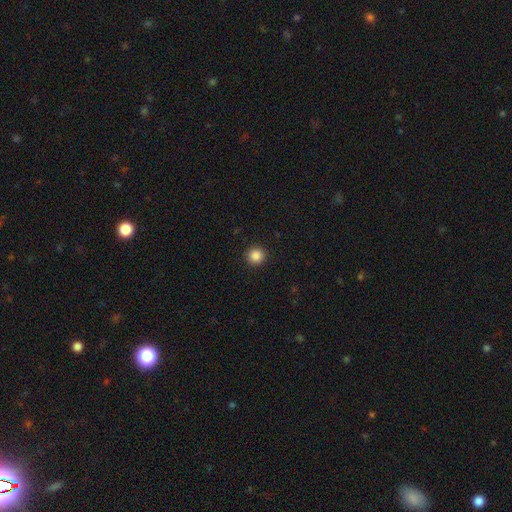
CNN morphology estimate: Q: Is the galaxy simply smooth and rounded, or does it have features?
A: smooth — 87%.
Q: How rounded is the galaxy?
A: round — 95%.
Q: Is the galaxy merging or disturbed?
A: none — 92%.